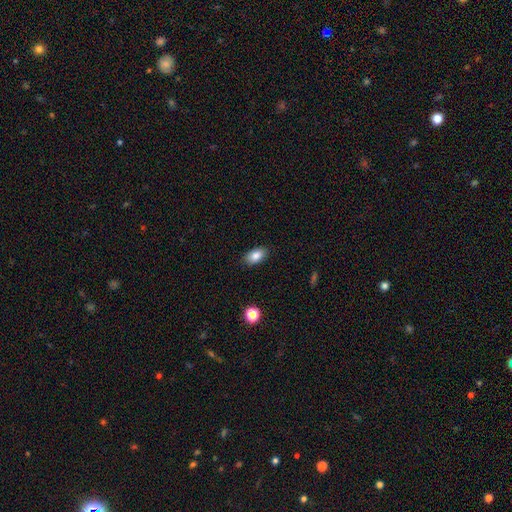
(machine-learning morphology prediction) smooth_or_featured: smooth (p=0.85) [alt: star or artifact p=0.08]
how_rounded: in between (p=0.92) [alt: round p=0.06]
merging: none (p=0.88) [alt: minor disturbance p=0.09]